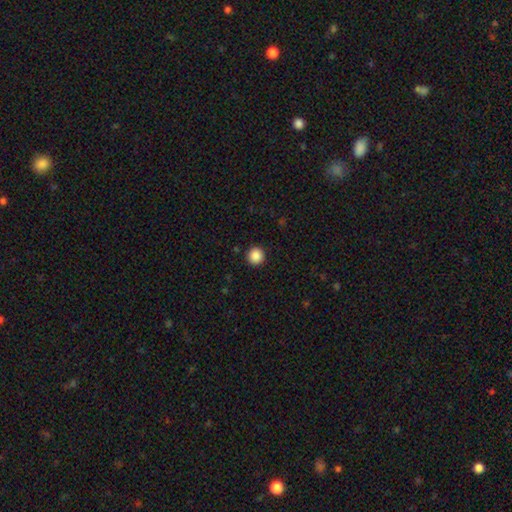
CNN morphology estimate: smooth 88%, star or artifact 9%, featured or disk 3%. Down the decision tree: how rounded — round (95%); merging — none (93%).